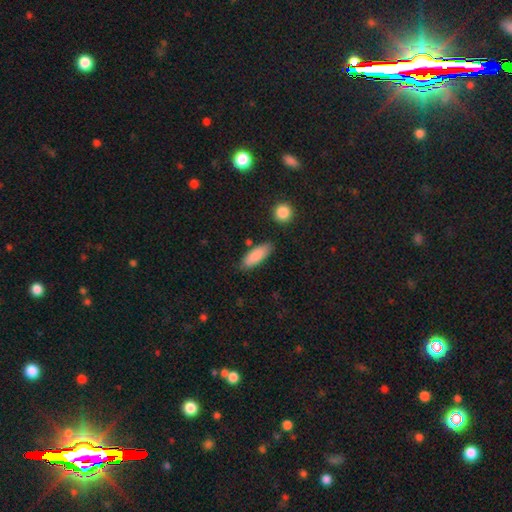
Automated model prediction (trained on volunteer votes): This is clearly a smooth galaxy (86%). How rounded: likely in between (65%). Merging: clearly none (81%).